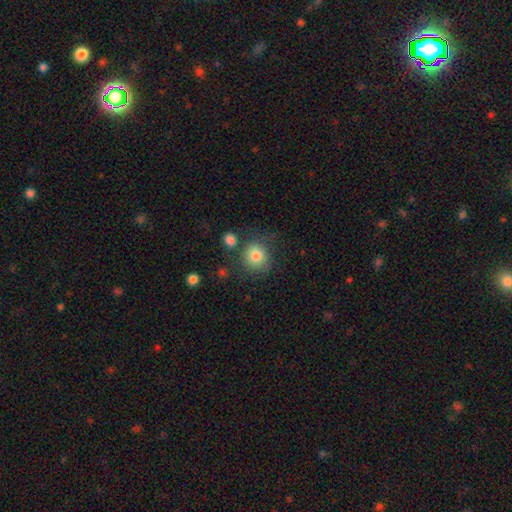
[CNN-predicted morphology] This is clearly a smooth galaxy (83%). How rounded: clearly round (88%). Merging: likely none (72%).